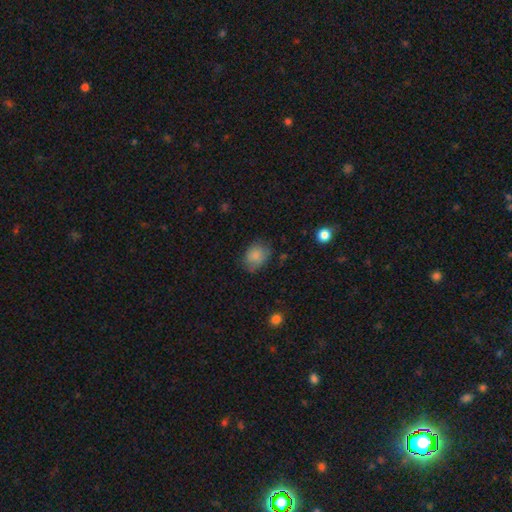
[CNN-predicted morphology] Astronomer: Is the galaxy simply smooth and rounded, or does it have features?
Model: smooth — 84%.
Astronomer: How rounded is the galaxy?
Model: in between — 54% (runner-up: round, 45%).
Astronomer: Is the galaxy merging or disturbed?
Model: none — 67%.